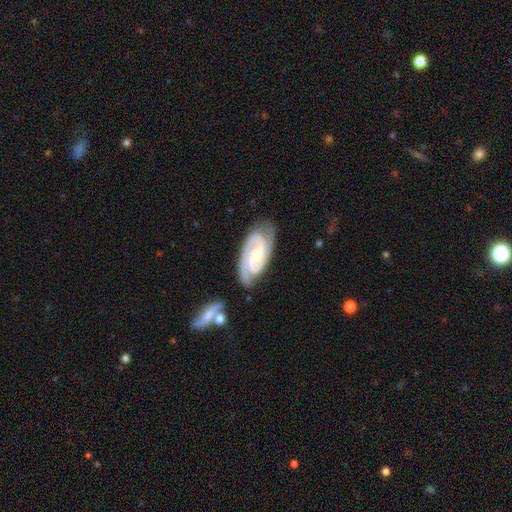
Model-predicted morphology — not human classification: smooth_or_featured: featured or disk (p=0.89) [alt: smooth p=0.06]
disk_edge_on: no (p=0.96) [alt: yes p=0.04]
bar: no (p=0.43) [alt: weak p=0.40]
has_spiral_arms: yes (p=0.98) [alt: no p=0.02]
spiral_winding: tight (p=0.56) [alt: medium p=0.38]
spiral_arm_count: 2 (p=0.79) [alt: 3 p=0.12]
bulge_size: small (p=0.45) [tied with: moderate p=0.45]
merging: none (p=0.77) [alt: minor disturbance p=0.15]